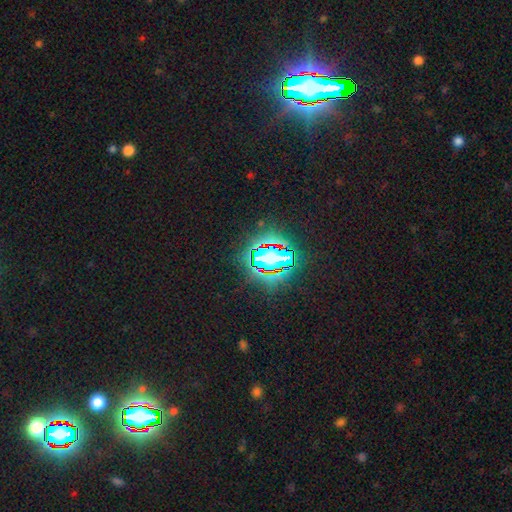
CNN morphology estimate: This is clearly a star or artifact rather than a galaxy (82%).